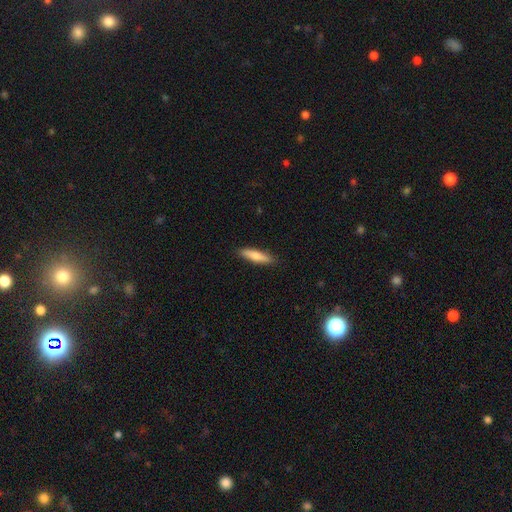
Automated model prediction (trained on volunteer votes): Smooth or featured? Predicted: smooth (p=0.75). How rounded? Predicted: cigar-shaped (p=0.77). Merging? Predicted: none (p=0.88).